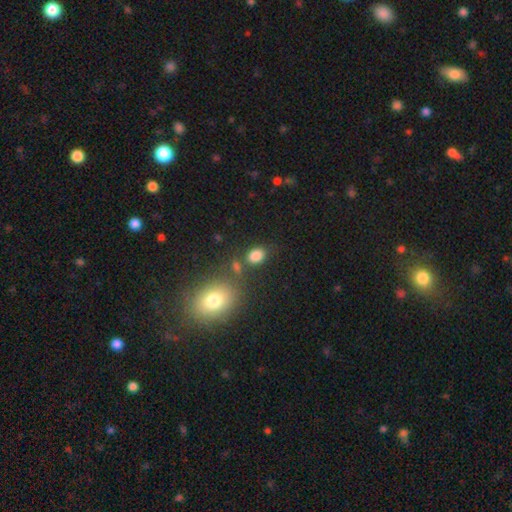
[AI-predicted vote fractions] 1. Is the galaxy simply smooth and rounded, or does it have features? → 83% smooth, 12% star or artifact, 5% featured or disk.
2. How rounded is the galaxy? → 69% in between, 29% round, 2% cigar-shaped.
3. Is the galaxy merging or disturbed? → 70% none, 13% minor disturbance, 11% merger, 5% major disturbance.